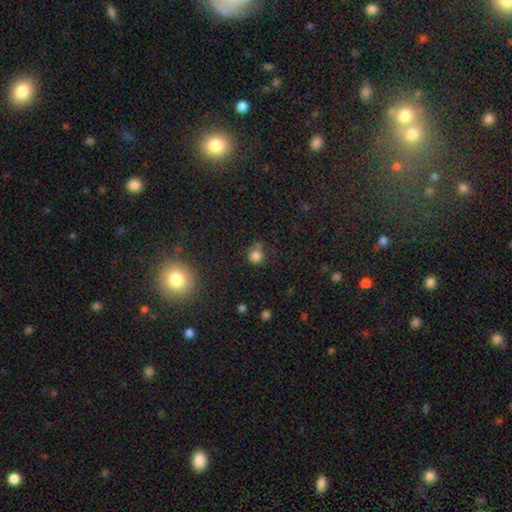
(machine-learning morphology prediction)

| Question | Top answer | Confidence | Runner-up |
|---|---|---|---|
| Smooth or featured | smooth | 80% | star or artifact (15%) |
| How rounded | round | 90% | in between (9%) |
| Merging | none | 66% | minor disturbance (15%) |